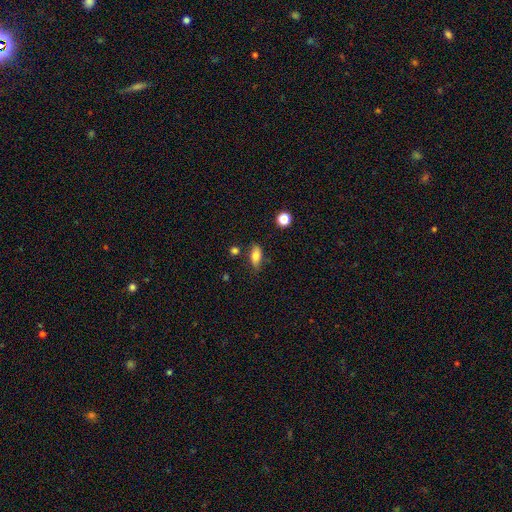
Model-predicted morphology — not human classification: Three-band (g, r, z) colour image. It shows a smooth galaxy with no disk features (79%) that is in between round and cigar-shaped (83%). Merging: none (75%).